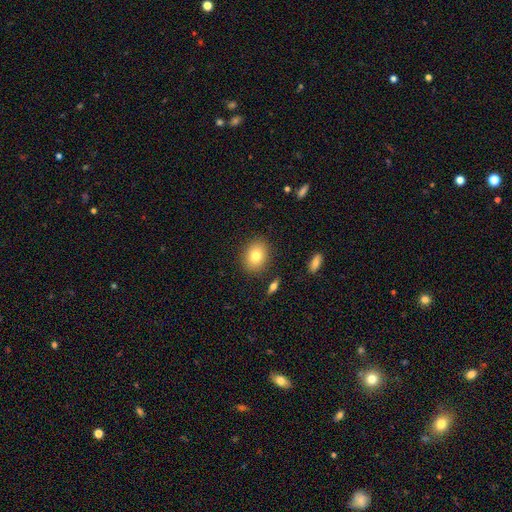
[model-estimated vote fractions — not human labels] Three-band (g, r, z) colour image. It shows a smooth galaxy with no disk features (79%) that is in between round and cigar-shaped (56%). Merging: none (87%).